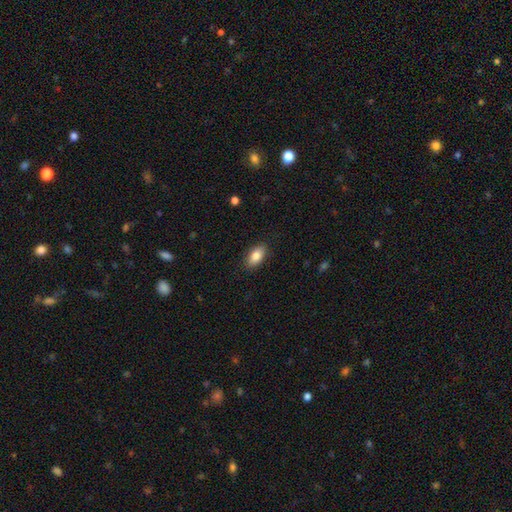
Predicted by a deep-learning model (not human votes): Q: Smooth or featured?
A: smooth (84%); runner-up: featured or disk (9%)
Q: How rounded?
A: in between (91%); runner-up: cigar-shaped (5%)
Q: Merging?
A: none (88%); runner-up: minor disturbance (9%)